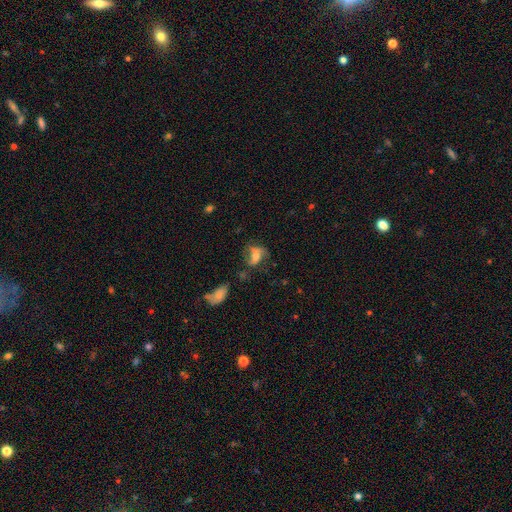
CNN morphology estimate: This is likely a featured or disk galaxy (60%). It is clearly not viewed edge-on (95%). Bar: marginally no (39%). Spiral arm pattern: clearly yes (82%). Central bulge: likely moderate (60%). Merging: possibly none (57%).